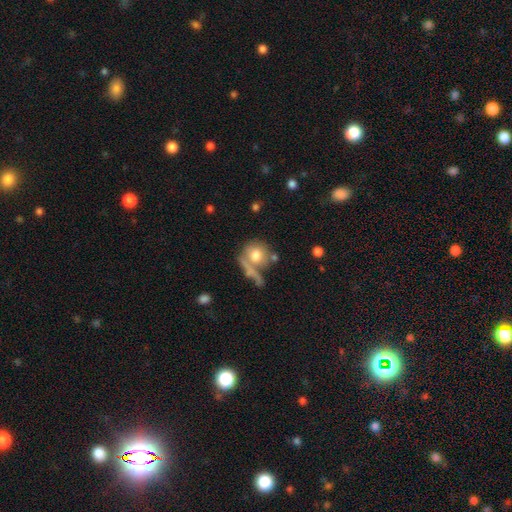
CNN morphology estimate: Smooth or featured: smooth — 65% (featured or disk — 24%)
How rounded: round — 78% (in between — 19%)
Merging: none — 46% (merger — 29%)